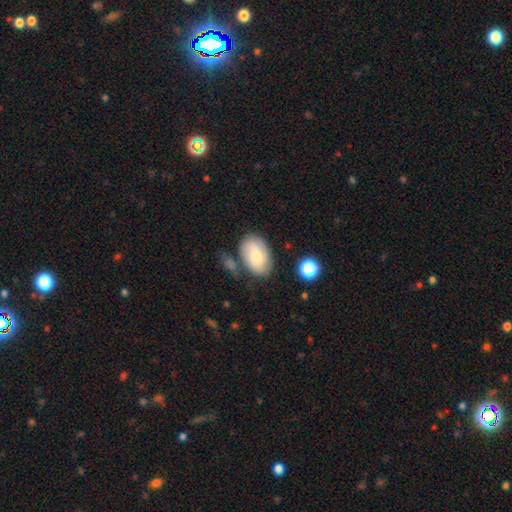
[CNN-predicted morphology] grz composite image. It shows a smooth galaxy with no disk features (70%) that is in between round and cigar-shaped (89%). Merging: none (64%).